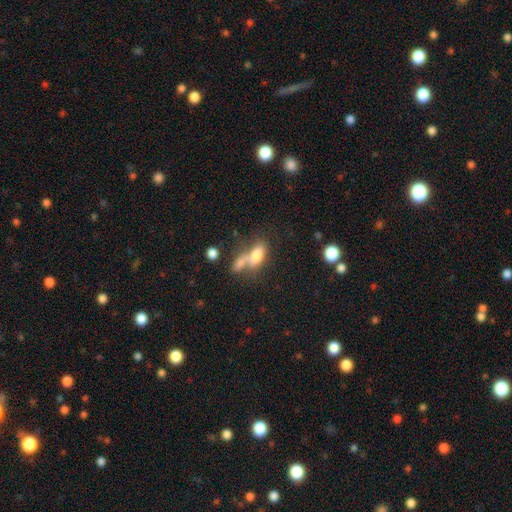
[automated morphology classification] This is likely a smooth galaxy (72%). How rounded: likely in between (80%). Merging: possibly merger (50%).